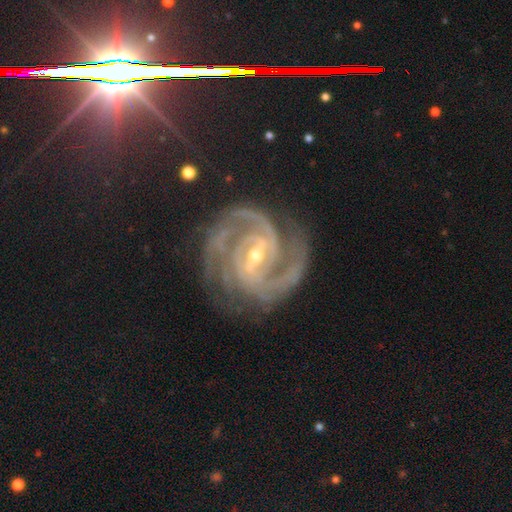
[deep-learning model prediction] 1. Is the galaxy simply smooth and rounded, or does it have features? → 94% featured or disk, 4% star or artifact, 2% smooth.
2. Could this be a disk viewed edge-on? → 98% no, 2% yes.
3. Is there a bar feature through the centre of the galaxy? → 46% strong, 42% weak, 12% no.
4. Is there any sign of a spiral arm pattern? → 99% yes, 1% no.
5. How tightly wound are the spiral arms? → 62% tight, 34% medium, 4% loose.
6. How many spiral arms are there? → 34% 2, 33% 3, 13% 4, 8% can't tell, 6% more than 4, 6% 1.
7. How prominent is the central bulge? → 58% small, 39% moderate, 1% large, 1% none, 1% dominant.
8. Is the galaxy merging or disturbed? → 75% none, 16% minor disturbance, 7% major disturbance, 2% merger.